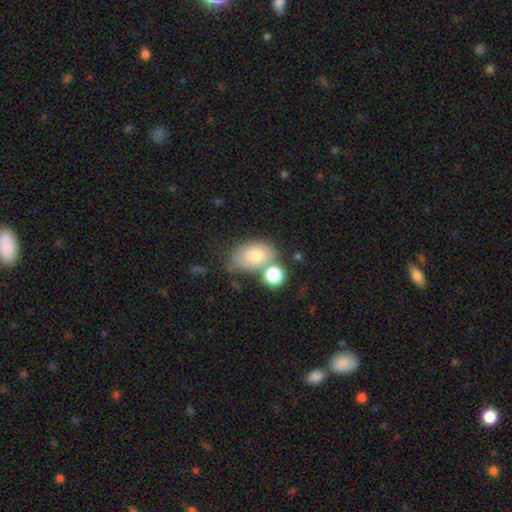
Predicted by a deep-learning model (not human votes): This is likely a smooth galaxy (75%). How rounded: clearly in between (82%). Merging: possibly none (49%).